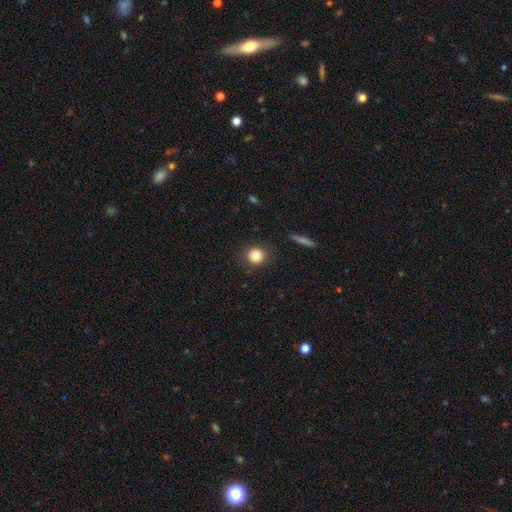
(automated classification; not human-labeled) Q: Smooth or featured?
A: smooth (82%); runner-up: star or artifact (10%)
Q: How rounded?
A: round (89%); runner-up: in between (9%)
Q: Merging?
A: none (87%); runner-up: minor disturbance (9%)